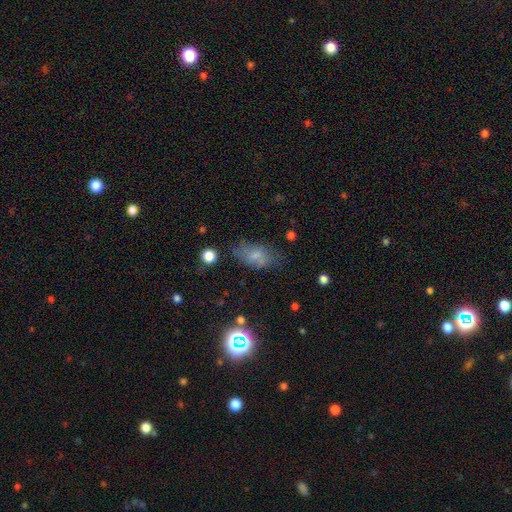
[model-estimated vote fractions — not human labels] Smooth or featured: smooth — 68% (featured or disk — 18%)
How rounded: in between — 89% (round — 7%)
Merging: none — 63% (minor disturbance — 24%)